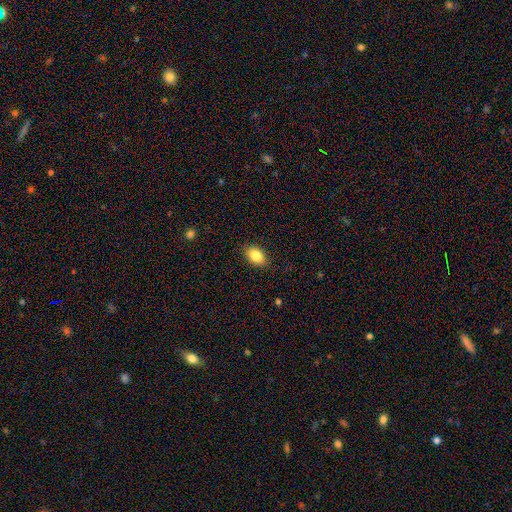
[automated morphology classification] smooth 85%, star or artifact 8%, featured or disk 7%. Down the decision tree: how rounded — in between (86%); merging — none (86%).